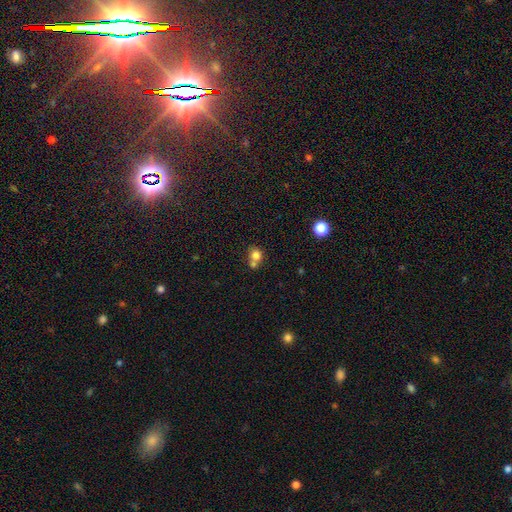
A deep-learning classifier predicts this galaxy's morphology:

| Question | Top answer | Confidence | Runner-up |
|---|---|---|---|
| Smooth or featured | smooth | 77% | star or artifact (12%) |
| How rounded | round | 77% | in between (22%) |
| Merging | merger | 47% | none (41%) |